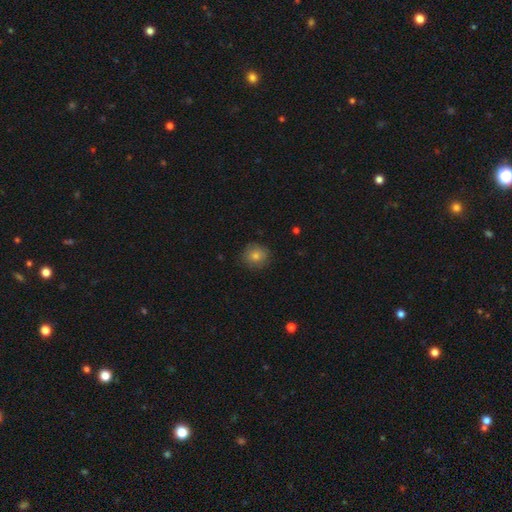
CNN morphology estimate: Smooth or featured? smooth (77%)
How rounded? round (87%)
Merging? none (87%)